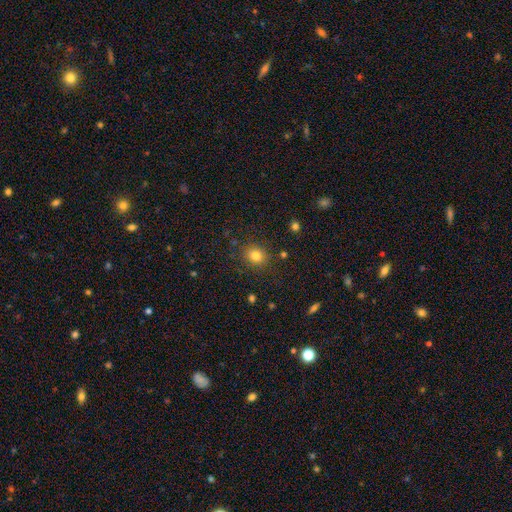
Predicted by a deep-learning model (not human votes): smooth_or_featured: smooth (p=0.82) [alt: star or artifact p=0.12]
how_rounded: round (p=0.73) [alt: in between p=0.27]
merging: none (p=0.85) [alt: minor disturbance p=0.09]